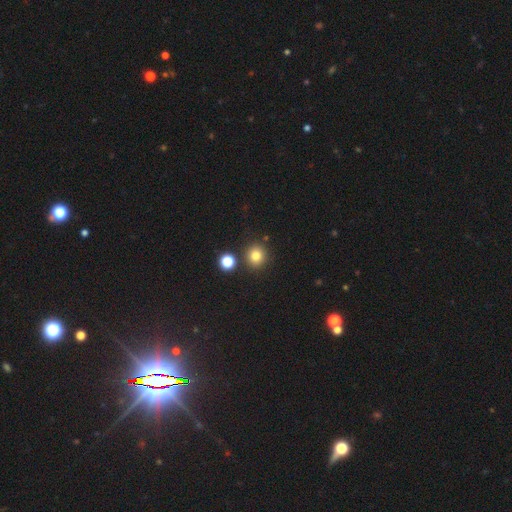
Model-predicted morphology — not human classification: This appears to be a smooth galaxy with no disk features (80%) that is round (88%). Merging: none (84%).